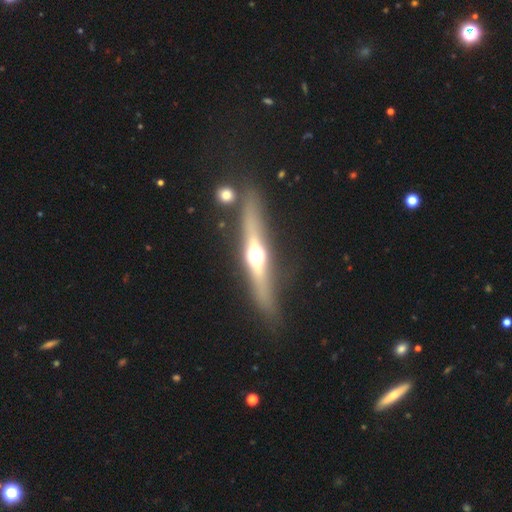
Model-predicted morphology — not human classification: Smooth or featured? Predicted: featured or disk (p=0.71). Edge-on disk? Predicted: yes (p=0.94). Edge-on bulge? Predicted: rounded (p=0.95). Merging? Predicted: none (p=0.83).